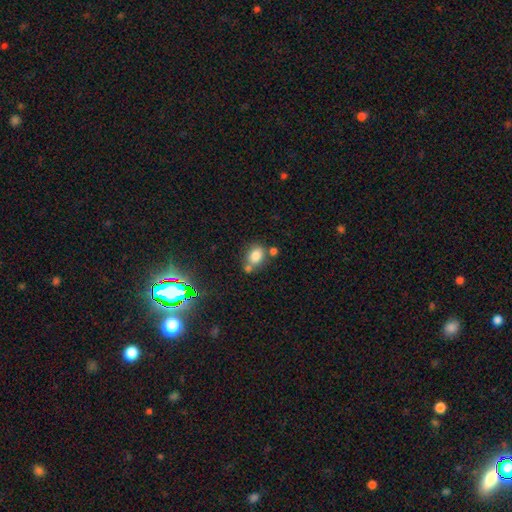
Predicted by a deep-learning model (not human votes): smooth-or-featured: smooth: 79% | star or artifact: 12% | featured or disk: 9%
  how-rounded: in between: 56% | round: 42% | cigar-shaped: 1%
  merging: none: 54% | merger: 26% | minor disturbance: 15% | major disturbance: 5%